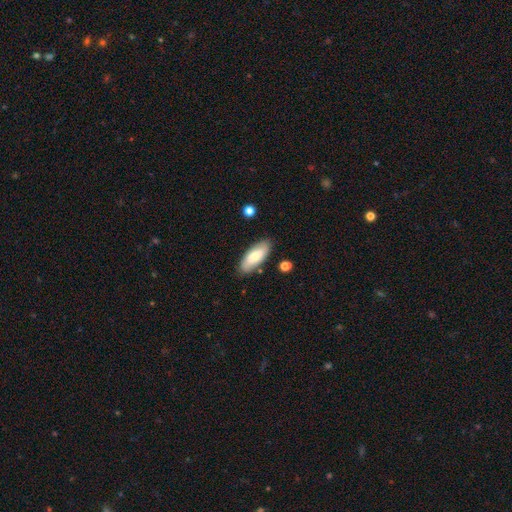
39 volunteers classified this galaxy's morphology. smooth 82%, featured or disk 10%, star or artifact 8%. Down the decision tree: how rounded — in between (75%); merging — none (83%).